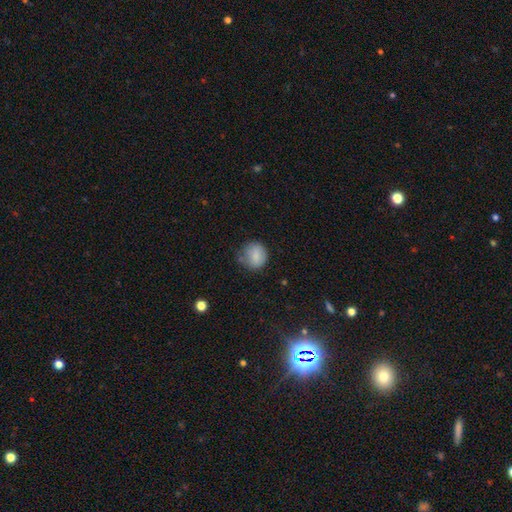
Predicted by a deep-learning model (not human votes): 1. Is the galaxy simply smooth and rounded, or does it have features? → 81% smooth, 10% featured or disk, 9% star or artifact.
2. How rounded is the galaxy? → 83% round, 16% in between, 1% cigar-shaped.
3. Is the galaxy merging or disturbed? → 59% none, 30% minor disturbance, 9% major disturbance, 2% merger.